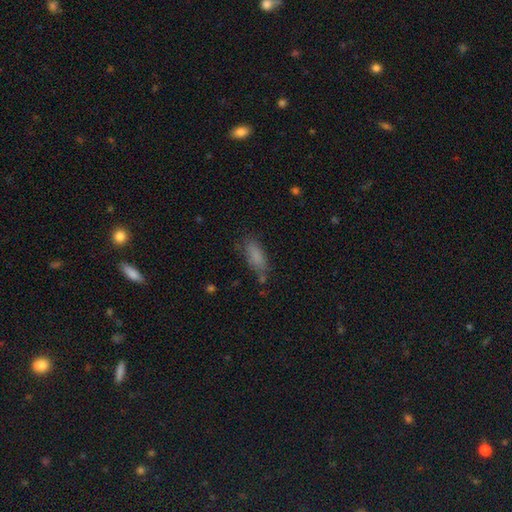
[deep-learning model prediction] Smooth or featured? smooth (81%)
How rounded? in between (66%)
Merging? none (66%)